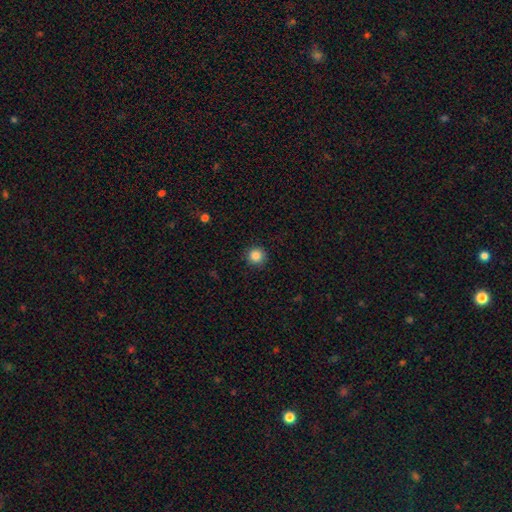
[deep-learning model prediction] The model was most divided on "smooth or featured": smooth: 86%, star or artifact: 10%, featured or disk: 4%. More confident: how rounded — round (95%); merging — none (91%).